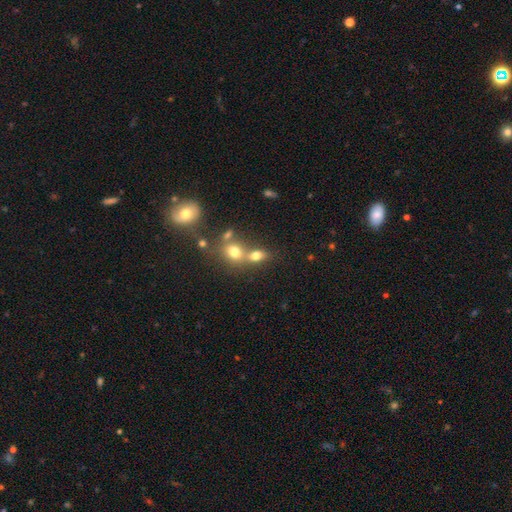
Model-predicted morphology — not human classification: smooth 72%, star or artifact 15%, featured or disk 13%. Down the decision tree: how rounded — in between (55%); merging — merger (50%).